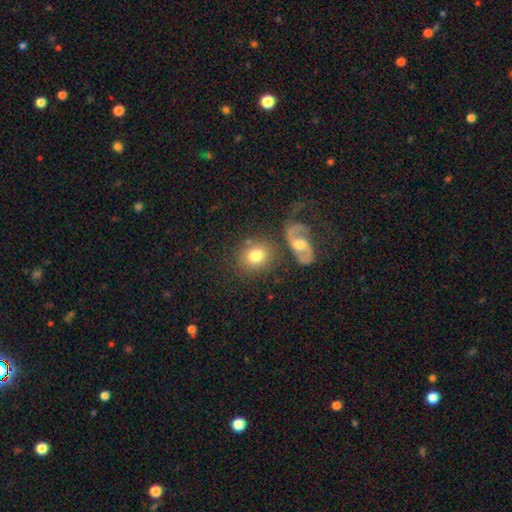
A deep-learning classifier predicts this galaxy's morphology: Smooth or featured: smooth — 71% (featured or disk — 20%)
How rounded: round — 70% (in between — 29%)
Merging: none — 65% (merger — 18%)